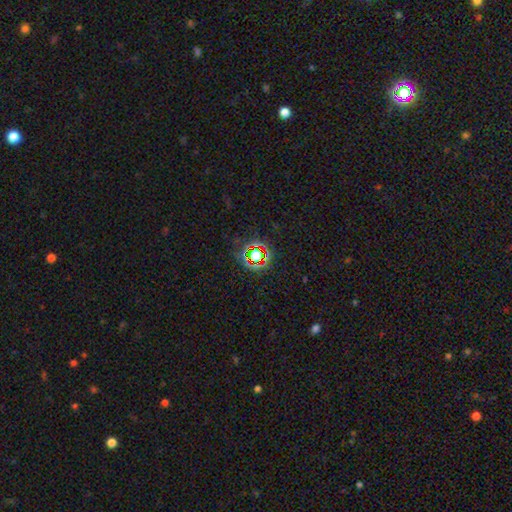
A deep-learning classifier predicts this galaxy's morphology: A star or artifact, not a galaxy (70%).

Vote fractions:
- Smooth or featured? star or artifact: 70% / smooth: 19% / featured or disk: 11%